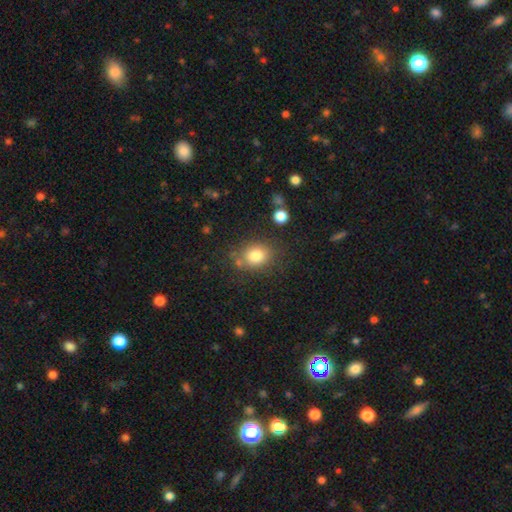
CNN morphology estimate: Smooth or featured?
  - smooth: 81% *
  - star or artifact: 11%
  - featured or disk: 8%
How rounded?
  - round: 59% *
  - in between: 40%
  - cigar-shaped: 1%
Merging?
  - none: 73% *
  - minor disturbance: 14%
  - merger: 7%
  - major disturbance: 5%